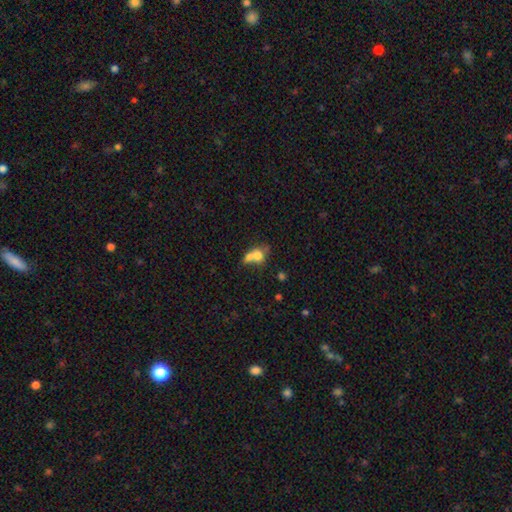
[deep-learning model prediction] This appears to be a smooth galaxy with no disk features (69%) that is round (57%). Merging: merger (67%).